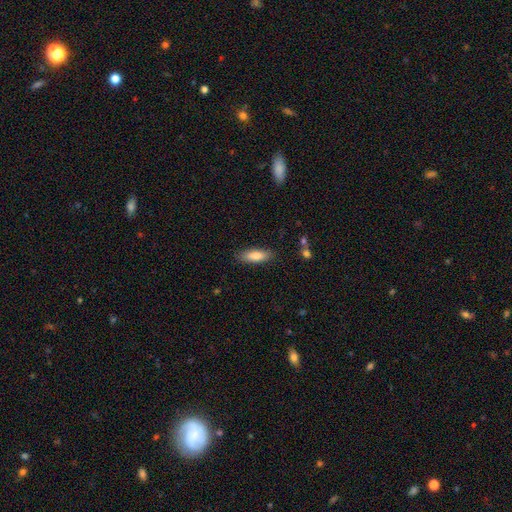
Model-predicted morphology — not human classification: This appears to be a smooth galaxy with no disk features (82%) that is in between round and cigar-shaped (60%). Merging: none (86%).